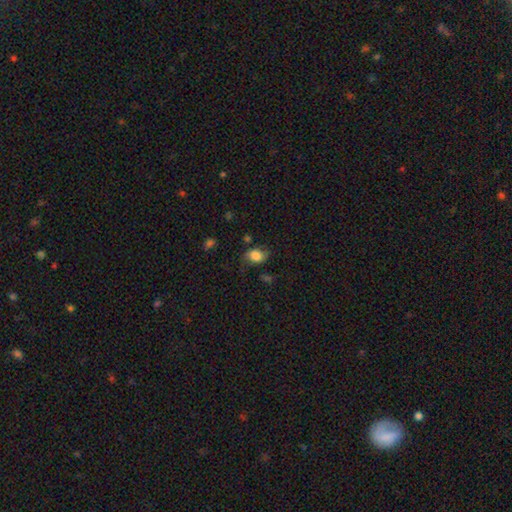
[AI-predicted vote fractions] Smooth or featured?
  - smooth: 77% *
  - featured or disk: 15%
  - star or artifact: 9%
How rounded?
  - in between: 73% *
  - round: 26%
  - cigar-shaped: 1%
Merging?
  - none: 63% *
  - minor disturbance: 25%
  - major disturbance: 9%
  - merger: 2%